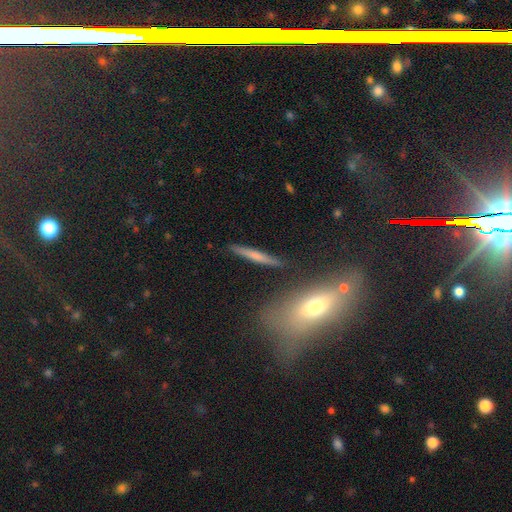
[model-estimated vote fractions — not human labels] Morphology: type=smooth (55%); roundness=cigar-shaped (92%); merging=none (86%).